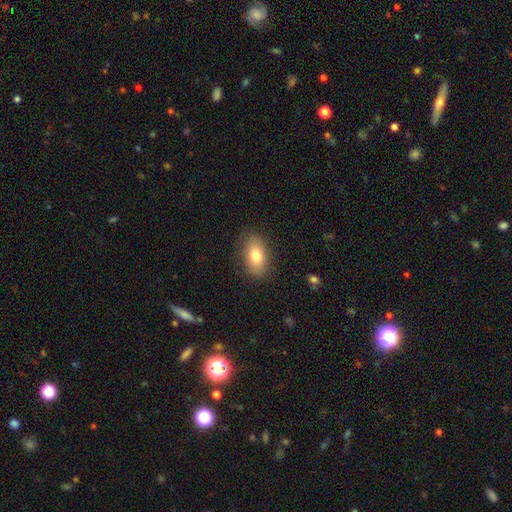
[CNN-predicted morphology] The model was most divided on "smooth or featured": smooth: 78%, featured or disk: 14%, star or artifact: 8%. More confident: how rounded — in between (88%); merging — none (85%).